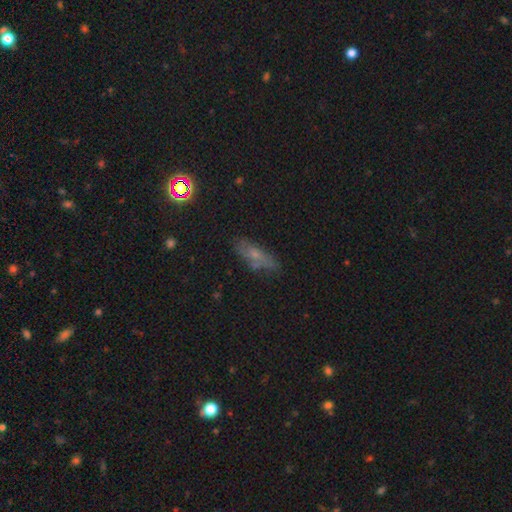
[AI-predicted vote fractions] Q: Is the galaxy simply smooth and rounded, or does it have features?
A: smooth — 50%.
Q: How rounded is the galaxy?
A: in between — 56%.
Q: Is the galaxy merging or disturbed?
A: none — 68%.